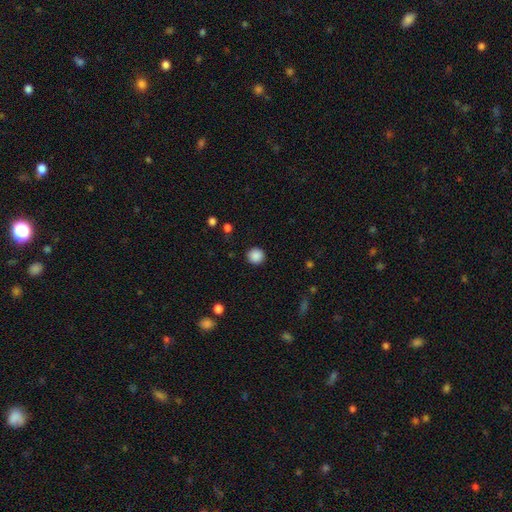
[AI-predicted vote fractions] Smooth or featured? Predicted: smooth (p=0.88). How rounded? Predicted: round (p=0.93). Merging? Predicted: none (p=0.90).